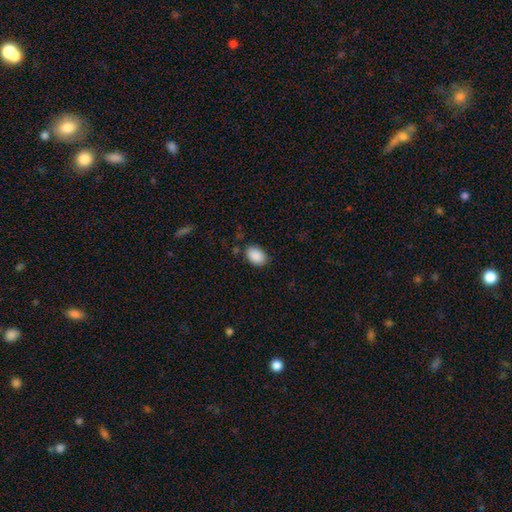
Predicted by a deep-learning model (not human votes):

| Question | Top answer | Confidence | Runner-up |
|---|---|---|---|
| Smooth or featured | smooth | 90% | star or artifact (7%) |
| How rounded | in between | 84% | round (15%) |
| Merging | none | 82% | minor disturbance (13%) |